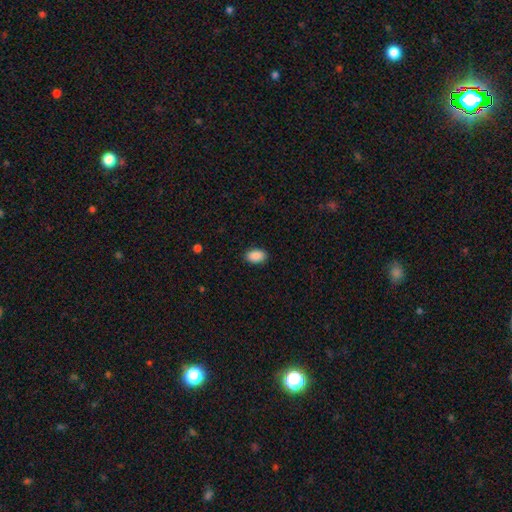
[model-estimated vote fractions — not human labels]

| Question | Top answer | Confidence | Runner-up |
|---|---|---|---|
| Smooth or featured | smooth | 90% | star or artifact (7%) |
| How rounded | in between | 89% | round (10%) |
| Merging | none | 89% | minor disturbance (8%) |